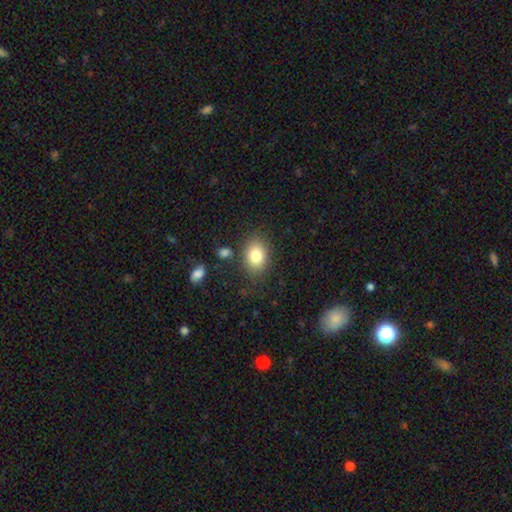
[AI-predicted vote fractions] Smooth or featured?
  - smooth: 81% *
  - featured or disk: 10%
  - star or artifact: 9%
How rounded?
  - in between: 74% *
  - round: 25%
  - cigar-shaped: 1%
Merging?
  - none: 81% *
  - minor disturbance: 12%
  - major disturbance: 4%
  - merger: 3%